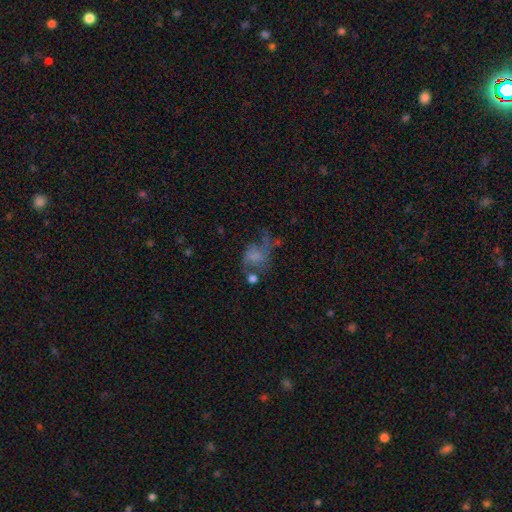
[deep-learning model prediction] A smooth galaxy with no disk features (47%).

Vote fractions:
- Smooth or featured? smooth: 47% / featured or disk: 38% / star or artifact: 15%
- Merging? major disturbance: 39% / none: 28% / minor disturbance: 20% / merger: 13%